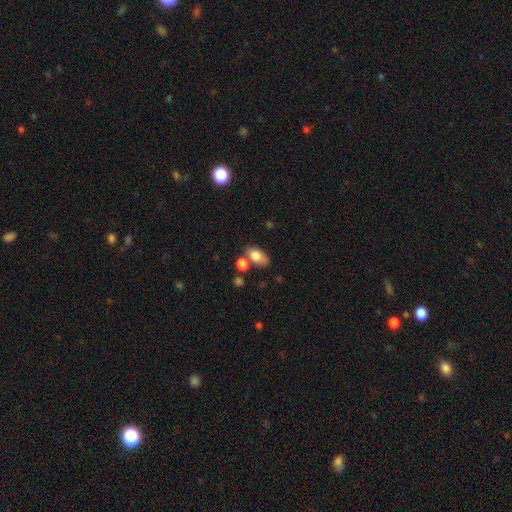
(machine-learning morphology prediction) Smooth or featured? Predicted: smooth (p=0.80). How rounded? Predicted: in between (p=0.88). Merging? Predicted: none (p=0.53).